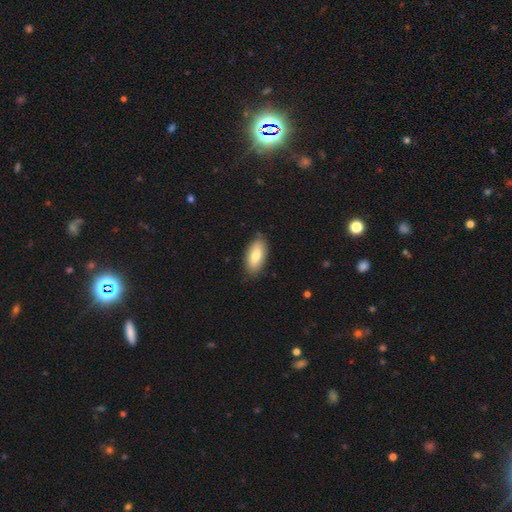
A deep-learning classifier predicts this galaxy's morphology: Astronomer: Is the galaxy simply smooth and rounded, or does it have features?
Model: smooth — 78%.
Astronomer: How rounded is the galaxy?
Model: in between — 91%.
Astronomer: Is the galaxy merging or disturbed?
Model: none — 84%.